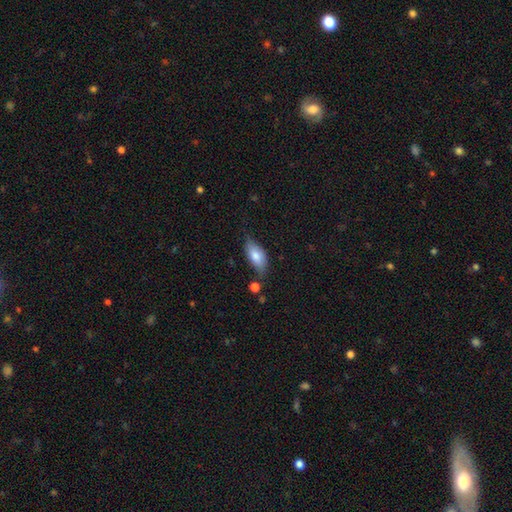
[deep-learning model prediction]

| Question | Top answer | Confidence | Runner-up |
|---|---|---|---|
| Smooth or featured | smooth | 73% | featured or disk (20%) |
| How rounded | in between | 85% | cigar-shaped (11%) |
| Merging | none | 59% | minor disturbance (28%) |